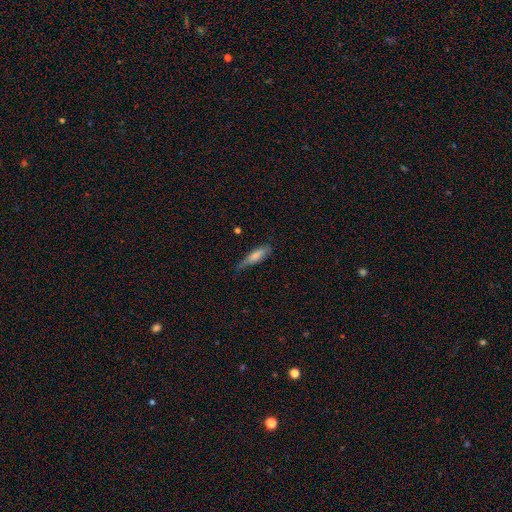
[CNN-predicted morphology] Overall: smooth (73%). How rounded: cigar-shaped (68%; in between 31%). Merging: none (56%; minor disturbance 34%).